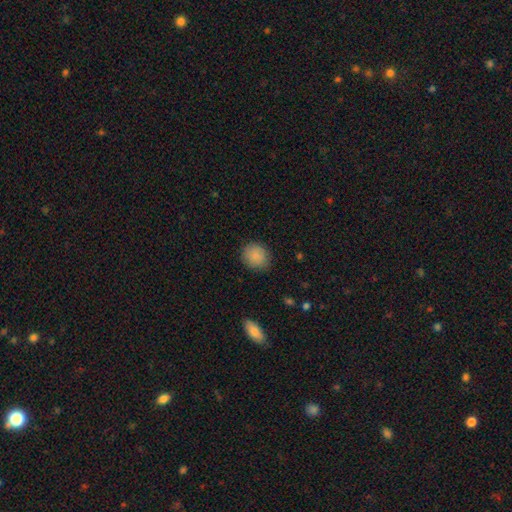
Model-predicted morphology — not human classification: Smooth or featured: smooth — 88% (star or artifact — 8%)
How rounded: round — 74% (in between — 25%)
Merging: none — 85% (minor disturbance — 12%)